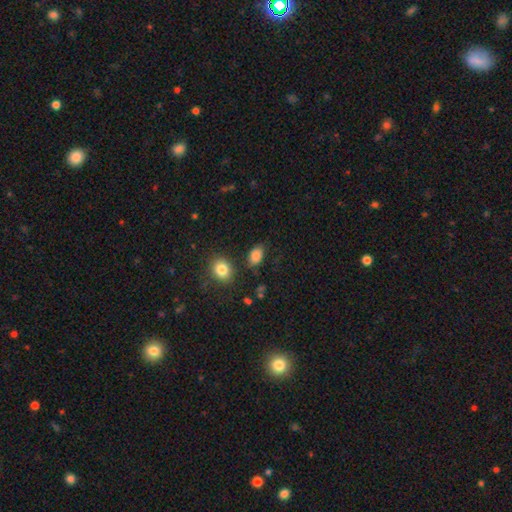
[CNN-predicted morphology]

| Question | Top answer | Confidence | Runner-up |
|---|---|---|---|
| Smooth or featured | smooth | 84% | star or artifact (9%) |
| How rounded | in between | 86% | round (12%) |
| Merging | none | 75% | minor disturbance (16%) |